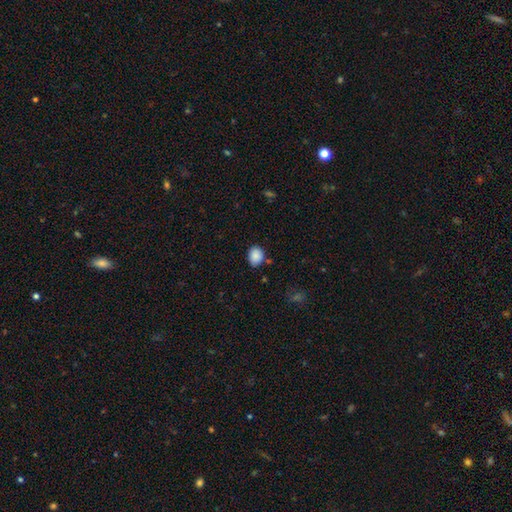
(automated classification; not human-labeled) The model was most divided on "how rounded": in between: 57%, round: 42%, cigar-shaped: 1%. More confident: smooth or featured — smooth (88%); merging — none (78%).